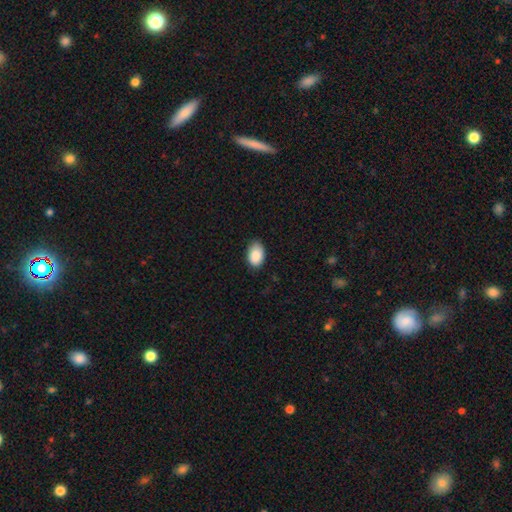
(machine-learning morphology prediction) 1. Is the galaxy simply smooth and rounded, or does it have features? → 88% smooth, 7% star or artifact, 5% featured or disk.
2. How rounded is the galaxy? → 90% in between, 9% round, 1% cigar-shaped.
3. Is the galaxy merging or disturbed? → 78% none, 19% minor disturbance, 2% major disturbance, 1% merger.